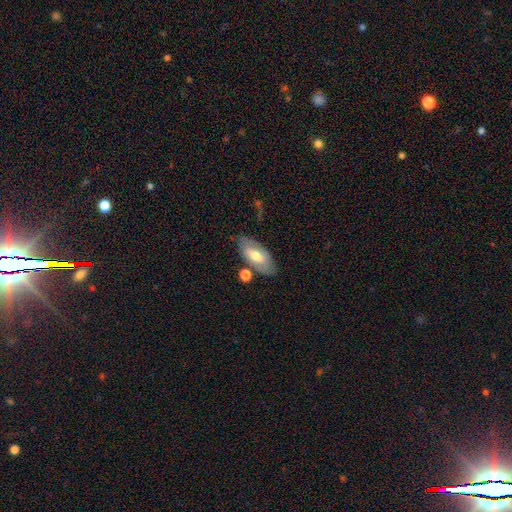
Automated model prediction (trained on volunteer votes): Smooth or featured? smooth (58%)
How rounded? in between (90%)
Merging? none (70%)